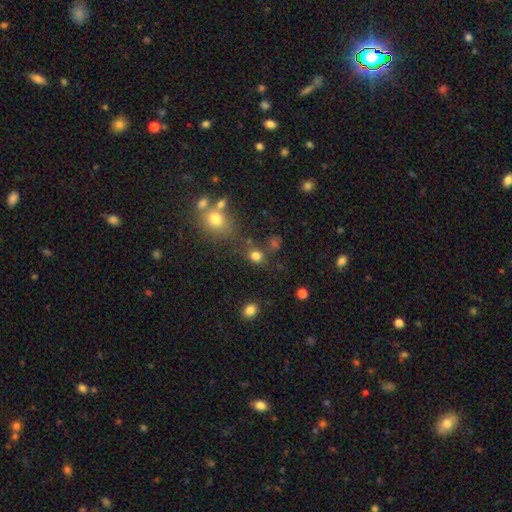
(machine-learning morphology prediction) smooth_or_featured: smooth (p=0.78) [alt: star or artifact p=0.16]
how_rounded: round (p=0.71) [alt: in between p=0.28]
merging: none (p=0.68) [alt: merger p=0.15]